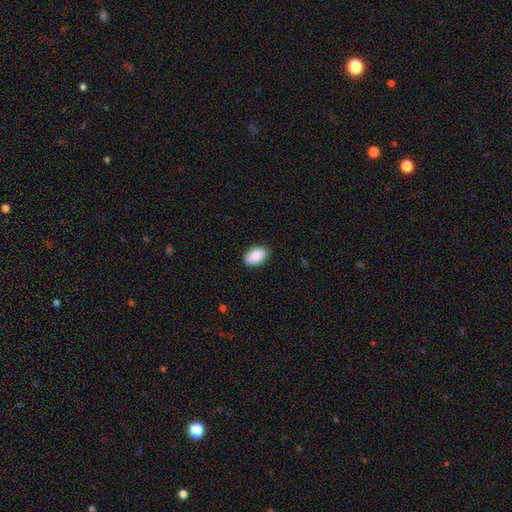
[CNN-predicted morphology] This appears to be a smooth galaxy with no disk features (89%) that is in between round and cigar-shaped (92%). Merging: none (86%).